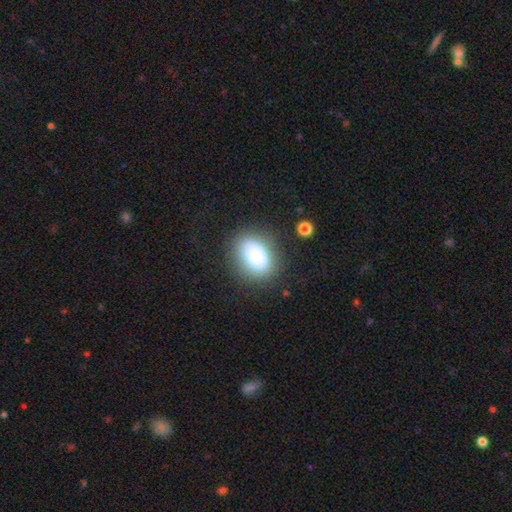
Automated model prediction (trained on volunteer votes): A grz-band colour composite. It shows a smooth galaxy with no disk features (77%) that is in between round and cigar-shaped (72%). Merging: none (73%).